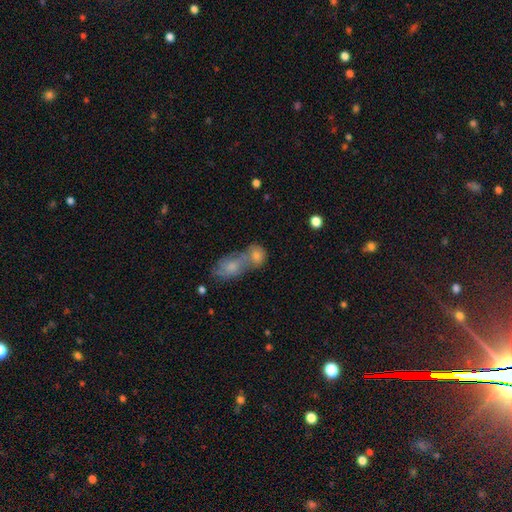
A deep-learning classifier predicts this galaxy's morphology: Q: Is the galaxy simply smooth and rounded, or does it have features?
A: smooth — 61%.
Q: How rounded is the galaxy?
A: in between — 54%.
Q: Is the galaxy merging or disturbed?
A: merger — 58%.